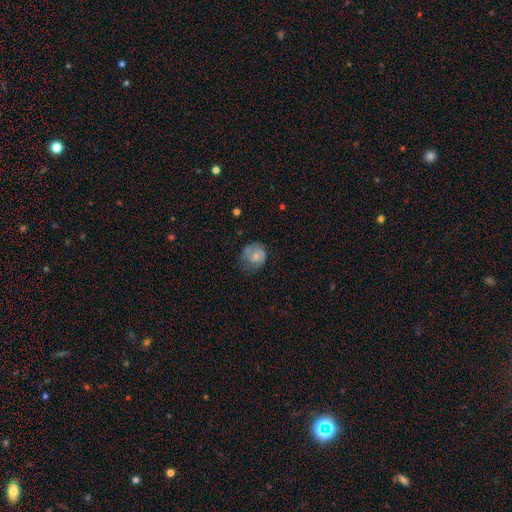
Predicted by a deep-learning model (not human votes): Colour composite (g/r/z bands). It shows a smooth galaxy with no disk features (59%) that is round (75%). Merging: none (50%).